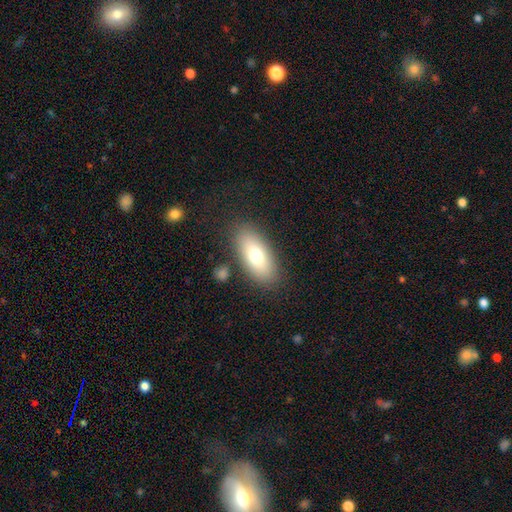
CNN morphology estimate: smooth 73%, featured or disk 19%, star or artifact 8%. Down the decision tree: how rounded — in between (87%); merging — none (84%).